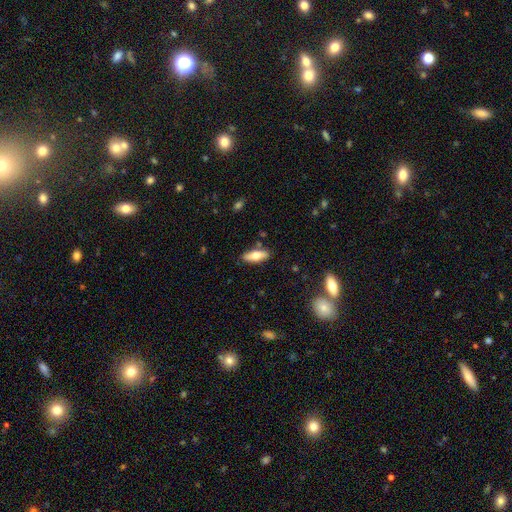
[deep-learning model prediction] Smooth or featured: smooth — 65% (featured or disk — 28%)
How rounded: in between — 63% (cigar-shaped — 35%)
Merging: none — 84% (minor disturbance — 11%)